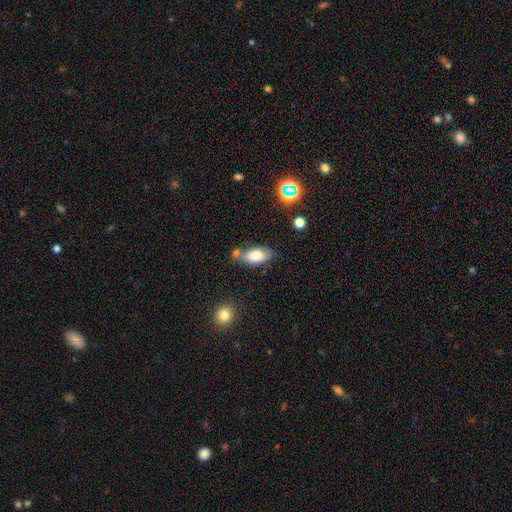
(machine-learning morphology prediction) This is likely a smooth galaxy (77%). How rounded: clearly in between (89%). Merging: possibly none (53%).